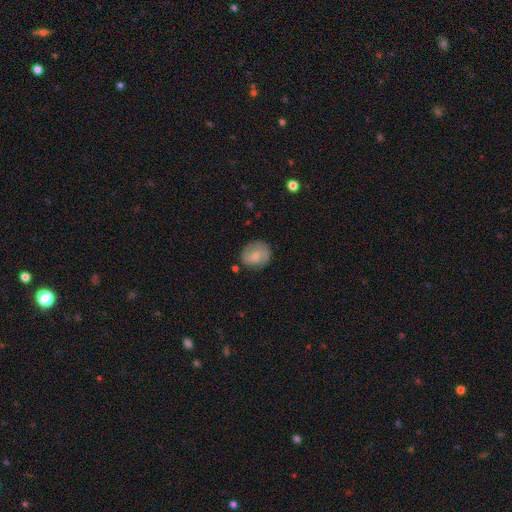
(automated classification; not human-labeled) Smooth or featured? Predicted: smooth (p=0.52). How rounded? Predicted: round (p=0.65). Merging? Predicted: none (p=0.73).